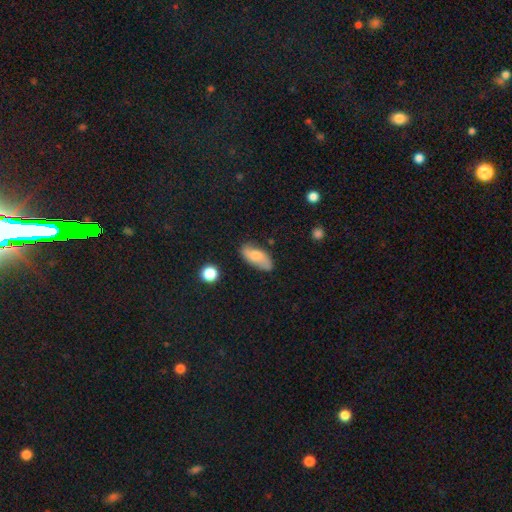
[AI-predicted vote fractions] Smooth or featured? Predicted: smooth (p=0.64). How rounded? Predicted: in between (p=0.86). Merging? Predicted: none (p=0.73).